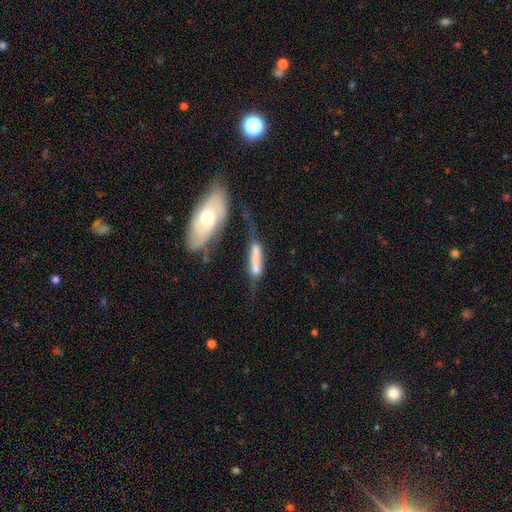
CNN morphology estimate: A smooth galaxy with no disk features (52%) that is cigar-shaped (71%).

Vote fractions:
- Smooth or featured? smooth: 52% / featured or disk: 41% / star or artifact: 7%
- How rounded? cigar-shaped: 71% / in between: 26% / round: 3%
- Merging? merger: 36% / none: 24% / major disturbance: 22% / minor disturbance: 18%